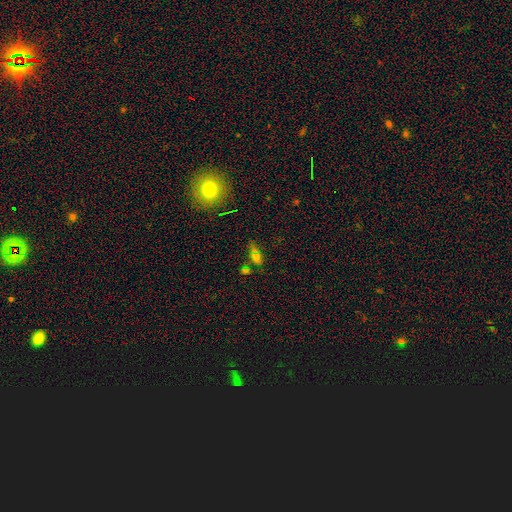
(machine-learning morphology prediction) Smooth or featured: smooth — 51% (star or artifact — 29%)
How rounded: in between — 67% (cigar-shaped — 21%)
Merging: none — 56% (minor disturbance — 19%)